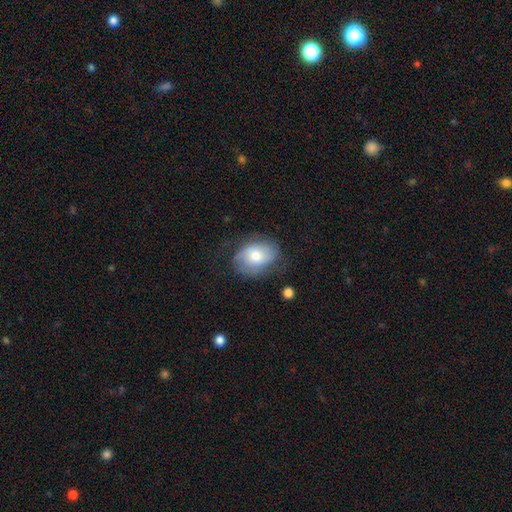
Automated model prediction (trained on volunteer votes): Smooth or featured: smooth — 61% (featured or disk — 32%)
How rounded: in between — 67% (round — 32%)
Merging: none — 60% (minor disturbance — 25%)